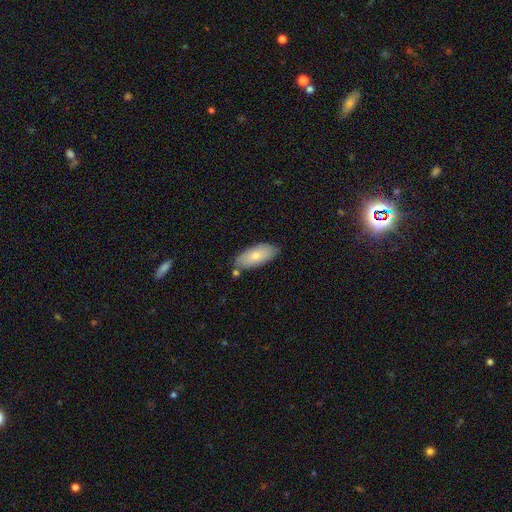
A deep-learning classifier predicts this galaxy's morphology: Overall: smooth (75%). How rounded: in between (87%). Merging: none (74%).